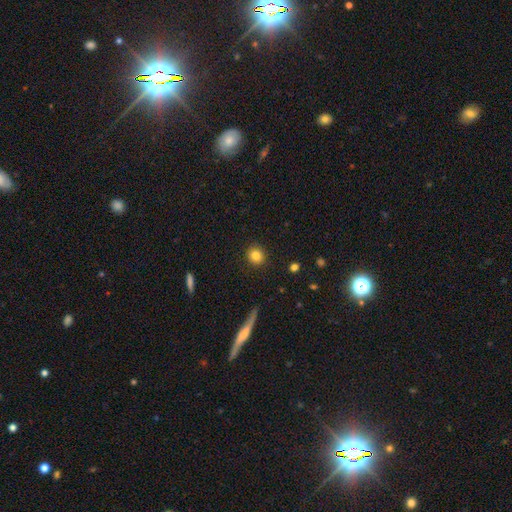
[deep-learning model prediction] Morphology: type=smooth (83%); roundness=round (86%); merging=none (91%).